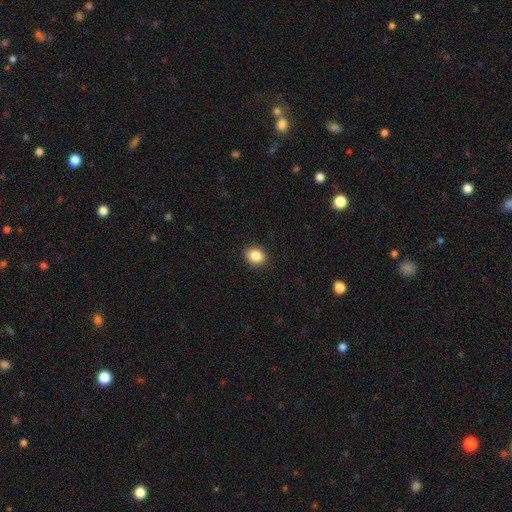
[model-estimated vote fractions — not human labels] This appears to be a smooth galaxy with no disk features (86%) that is round (59%). Merging: none (90%).